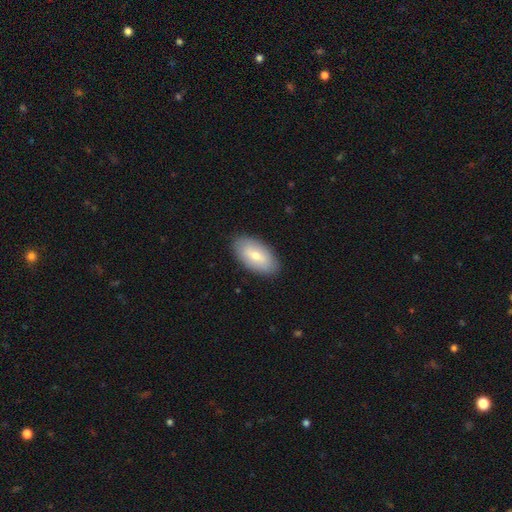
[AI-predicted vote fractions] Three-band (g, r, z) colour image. It shows a smooth galaxy with no disk features (67%) that is in between round and cigar-shaped (94%). Merging: none (87%).